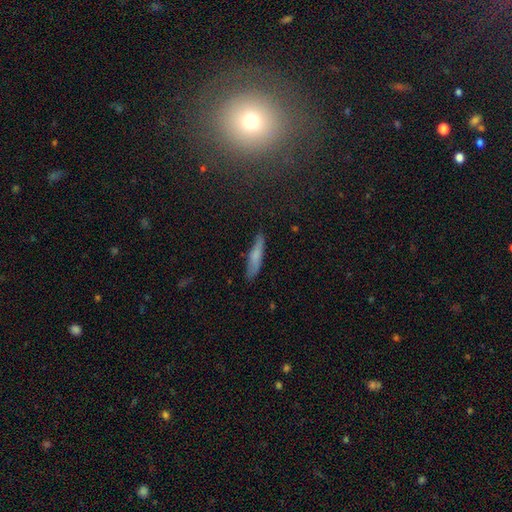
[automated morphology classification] smooth-or-featured: smooth: 70% | featured or disk: 22% | star or artifact: 7%
  how-rounded: cigar-shaped: 87% | in between: 12% | round: 2%
  merging: none: 83% | minor disturbance: 13% | major disturbance: 2% | merger: 1%